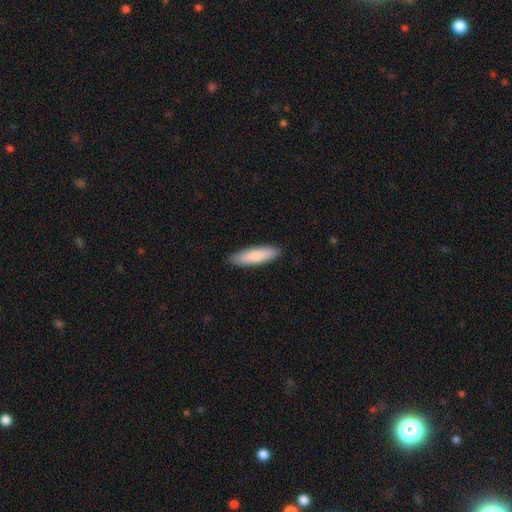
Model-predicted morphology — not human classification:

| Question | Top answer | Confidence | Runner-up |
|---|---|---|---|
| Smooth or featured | smooth | 81% | featured or disk (14%) |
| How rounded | cigar-shaped | 59% | in between (39%) |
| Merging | none | 89% | minor disturbance (8%) |